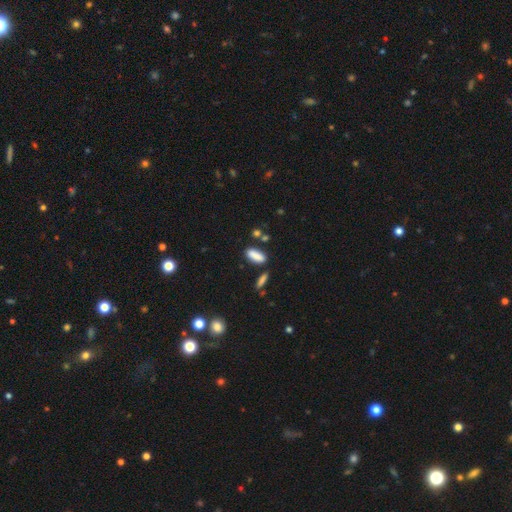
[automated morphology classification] Q: Smooth or featured?
A: smooth (86%); runner-up: star or artifact (7%)
Q: How rounded?
A: in between (64%); runner-up: cigar-shaped (33%)
Q: Merging?
A: none (78%); runner-up: minor disturbance (11%)